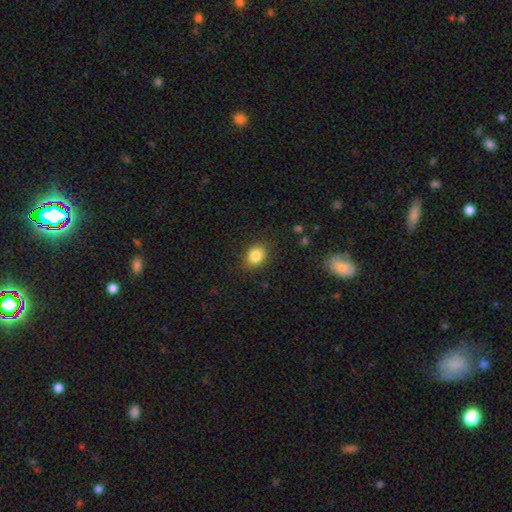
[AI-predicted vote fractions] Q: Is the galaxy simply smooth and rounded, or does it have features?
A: smooth — 84%.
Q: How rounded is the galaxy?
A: in between — 51%.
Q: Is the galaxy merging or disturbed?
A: none — 85%.